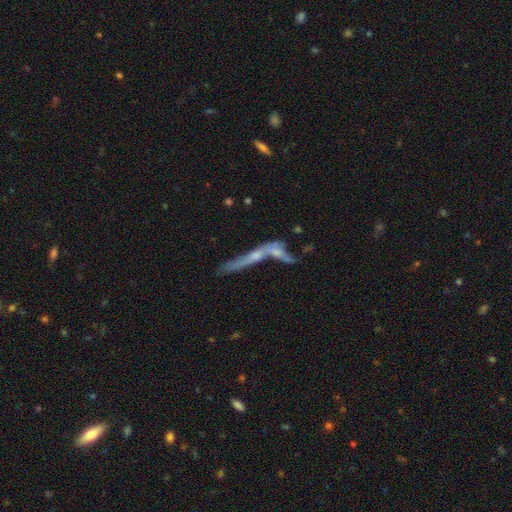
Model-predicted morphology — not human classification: The model was most divided on "merging": none: 40%, merger: 35%, minor disturbance: 13%, major disturbance: 12%. More confident: edge-on disk — yes (71%); smooth or featured — featured or disk (54%).